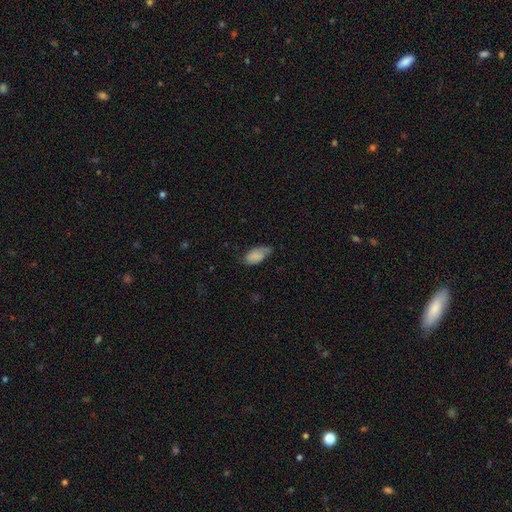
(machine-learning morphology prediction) A smooth galaxy with no disk features (74%) that is in between round and cigar-shaped (93%).

Vote fractions:
- Smooth or featured? smooth: 74% / featured or disk: 18% / star or artifact: 8%
- How rounded? in between: 93% / round: 4% / cigar-shaped: 3%
- Merging? none: 52% / minor disturbance: 35% / major disturbance: 12% / merger: 2%